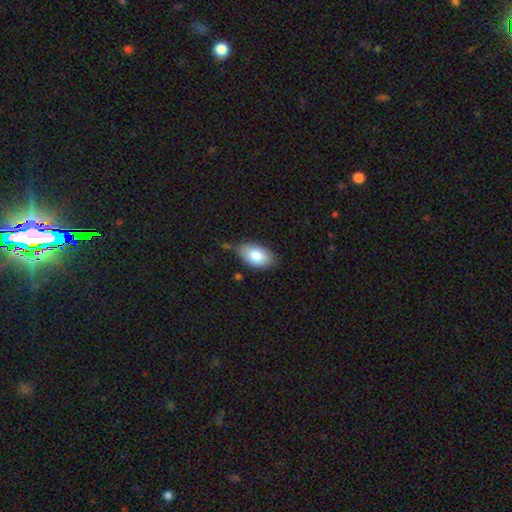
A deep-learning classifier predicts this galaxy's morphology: A smooth galaxy with no disk features (82%) that is in between round and cigar-shaped (92%). Merging: none (65%).